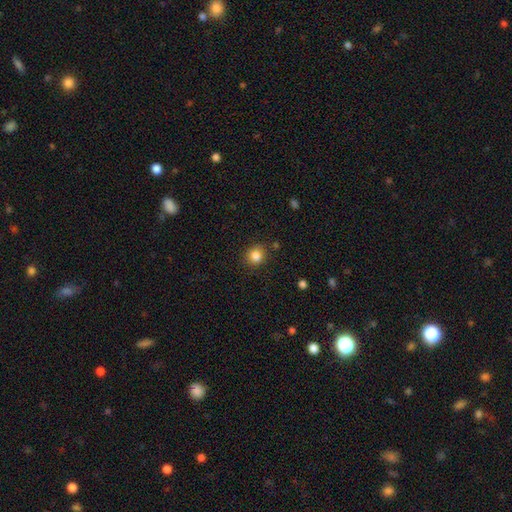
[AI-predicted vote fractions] A smooth galaxy with no disk features (84%) that is round (80%).

Vote fractions:
- Smooth or featured? smooth: 84% / star or artifact: 11% / featured or disk: 5%
- How rounded? round: 80% / in between: 19% / cigar-shaped: 1%
- Merging? none: 84% / minor disturbance: 10% / major disturbance: 3% / merger: 2%